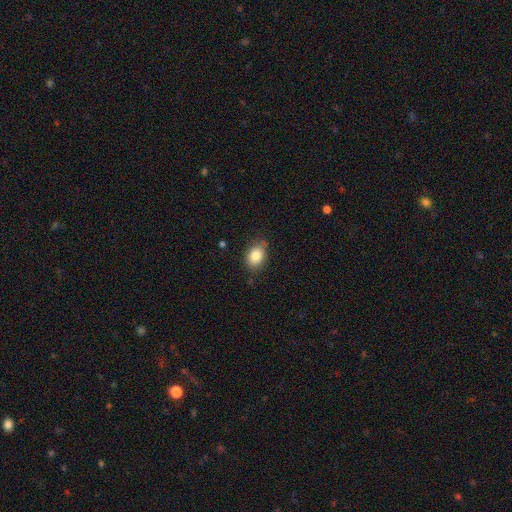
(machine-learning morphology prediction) The model was most divided on "how rounded": in between: 71%, round: 28%, cigar-shaped: 1%. More confident: smooth or featured — smooth (83%); merging — none (75%).